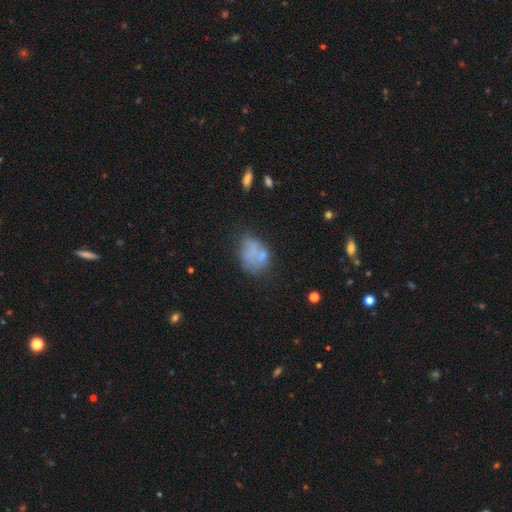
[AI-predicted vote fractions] smooth_or_featured: smooth (p=0.57) [alt: featured or disk p=0.30]
how_rounded: in between (p=0.68) [alt: round p=0.31]
merging: none (p=0.43) [alt: minor disturbance p=0.24]